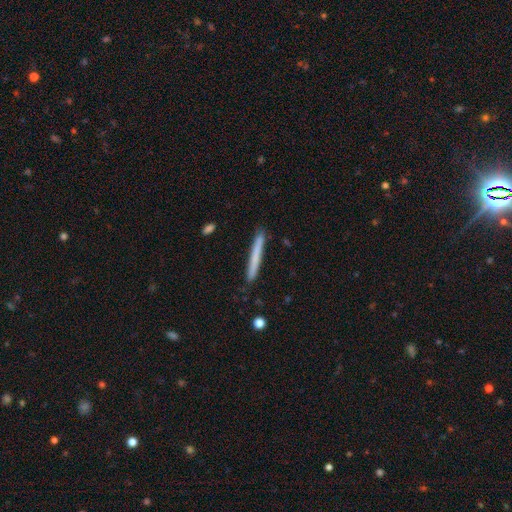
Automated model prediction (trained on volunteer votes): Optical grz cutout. It shows a smooth galaxy with no disk features (68%) that is cigar-shaped (97%). Merging: none (88%).